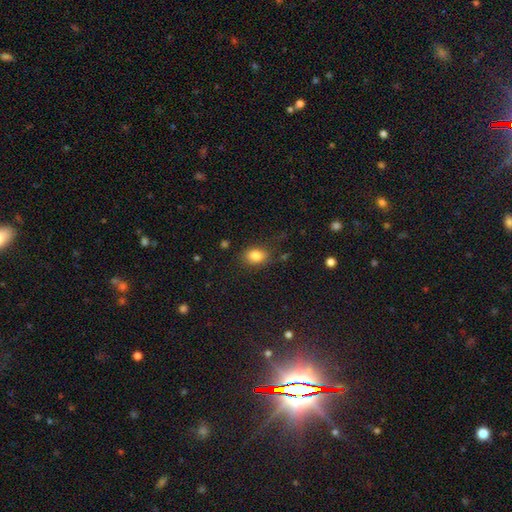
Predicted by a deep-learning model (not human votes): The model was most divided on "how rounded": in between: 73%, round: 26%, cigar-shaped: 1%. More confident: smooth or featured — smooth (83%); merging — none (77%).